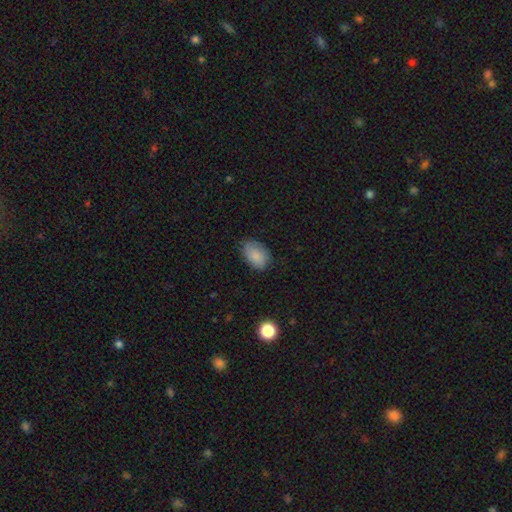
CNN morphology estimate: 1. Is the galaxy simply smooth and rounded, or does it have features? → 85% smooth, 8% featured or disk, 7% star or artifact.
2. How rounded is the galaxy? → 89% in between, 10% round, 1% cigar-shaped.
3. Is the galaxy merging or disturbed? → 77% none, 18% minor disturbance, 4% major disturbance, 1% merger.